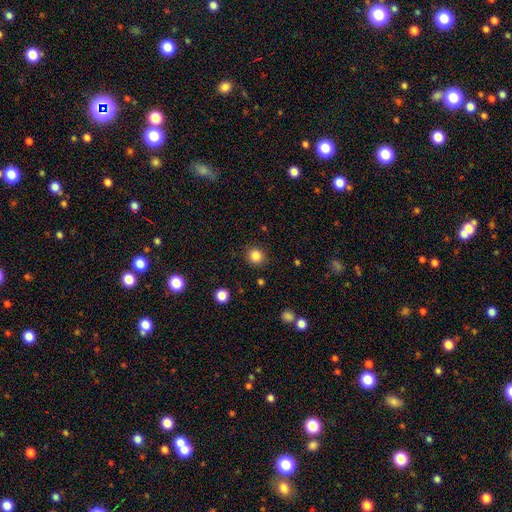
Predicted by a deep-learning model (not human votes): Morphology: type=smooth (85%); roundness=round (89%); merging=none (89%).